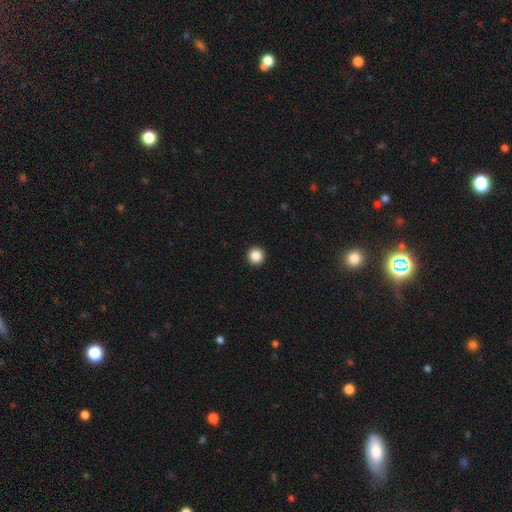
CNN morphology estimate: A smooth galaxy with no disk features (86%) that is round (96%).

Vote fractions:
- Smooth or featured? smooth: 86% / star or artifact: 10% / featured or disk: 4%
- How rounded? round: 96% / in between: 3% / cigar-shaped: 1%
- Merging? none: 94% / minor disturbance: 4% / major disturbance: 1% / merger: 1%